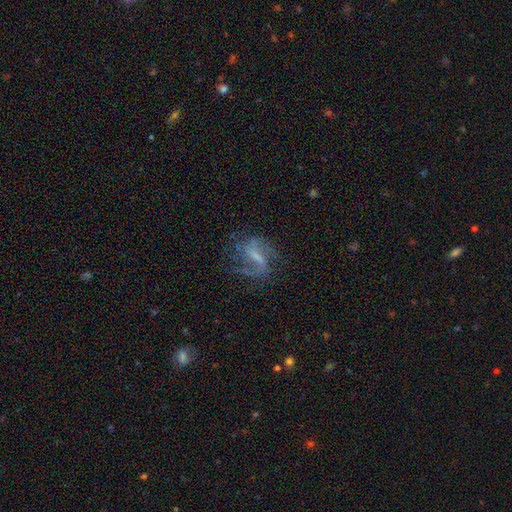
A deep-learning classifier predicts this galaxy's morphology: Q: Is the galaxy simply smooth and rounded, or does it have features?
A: featured or disk — 76%.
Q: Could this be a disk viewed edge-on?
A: no — 96%.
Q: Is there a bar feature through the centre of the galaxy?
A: strong — 42%.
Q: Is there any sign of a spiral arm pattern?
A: yes — 87%.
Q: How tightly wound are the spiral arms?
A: loose — 49%.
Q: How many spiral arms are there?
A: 2 — 68%.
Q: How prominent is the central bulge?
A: none — 45%.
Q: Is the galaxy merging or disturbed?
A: none — 55%.